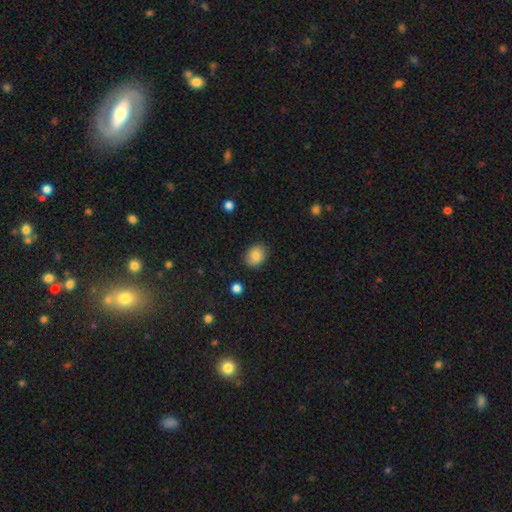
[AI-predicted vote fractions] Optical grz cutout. It shows a smooth galaxy with no disk features (83%) that is in between round and cigar-shaped (50%). Merging: none (85%).